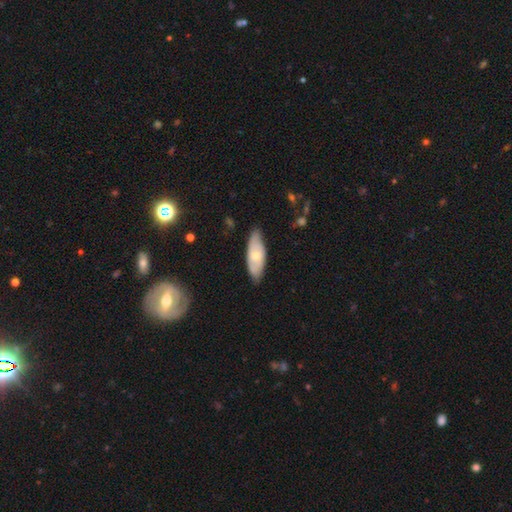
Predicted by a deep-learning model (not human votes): A smooth galaxy with no disk features (57%) that is in between round and cigar-shaped (77%). Merging: none (74%).